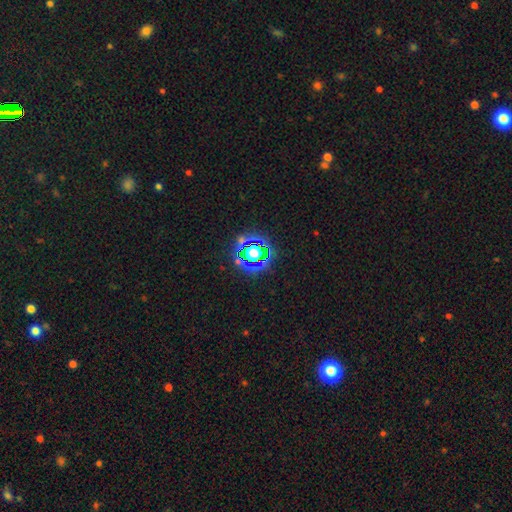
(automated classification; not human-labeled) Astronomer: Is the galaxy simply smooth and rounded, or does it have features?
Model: star or artifact — 78%.